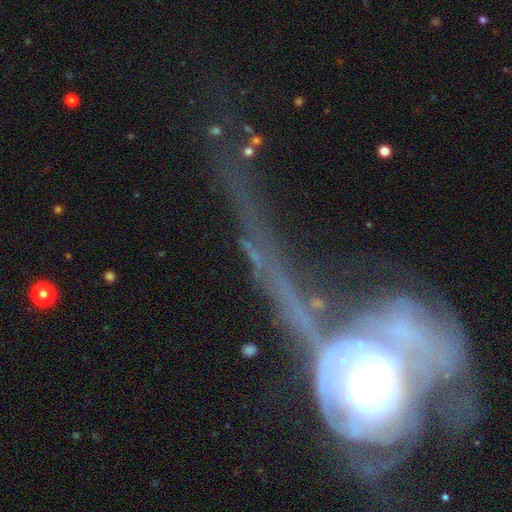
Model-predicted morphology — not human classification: Overall: featured or disk (64%). Edge-on disk: no (62%; yes 38%). Merging: major disturbance (39%; none 28%).